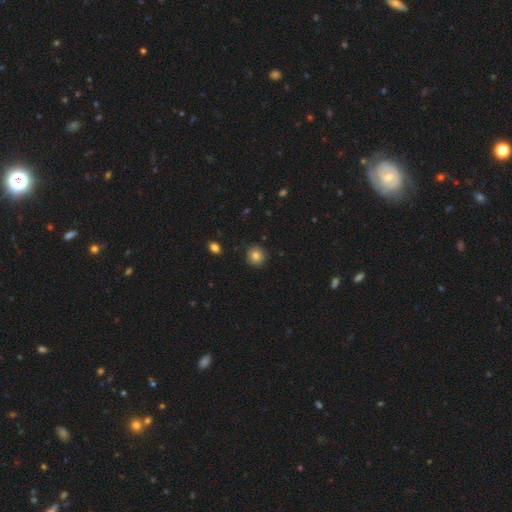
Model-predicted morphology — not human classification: smooth 83%, star or artifact 10%, featured or disk 7%. Down the decision tree: how rounded — round (92%); merging — none (90%).